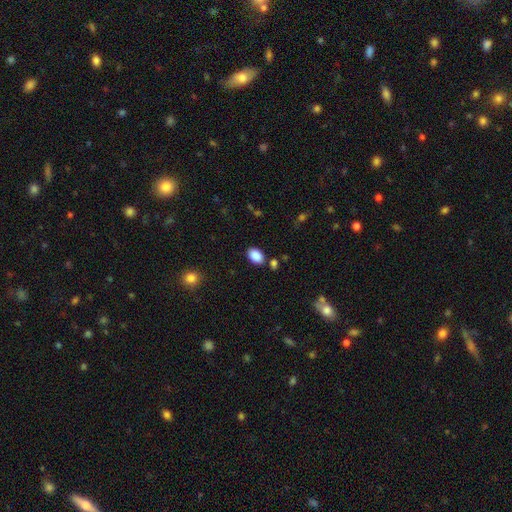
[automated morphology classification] smooth_or_featured: smooth (p=0.89) [alt: star or artifact p=0.08]
how_rounded: in between (p=0.84) [alt: round p=0.15]
merging: none (p=0.82) [alt: minor disturbance p=0.11]